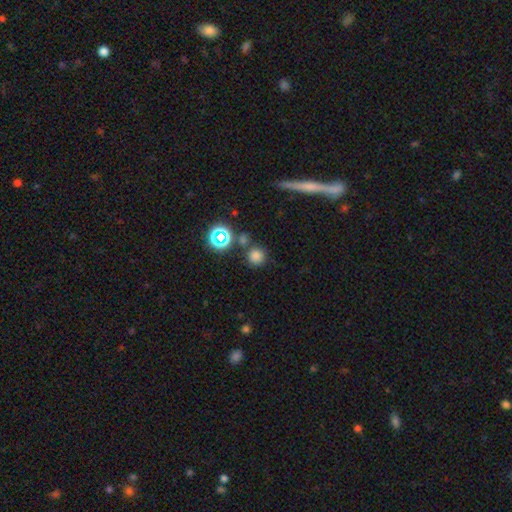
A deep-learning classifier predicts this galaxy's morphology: smooth_or_featured: smooth (p=0.74) [alt: star or artifact p=0.20]
how_rounded: round (p=0.93) [alt: in between p=0.06]
merging: none (p=0.75) [alt: merger p=0.12]